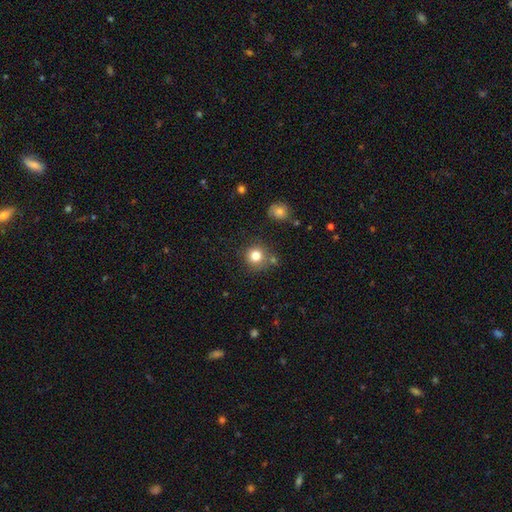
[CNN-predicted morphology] Smooth or featured? smooth (82%)
How rounded? round (91%)
Merging? none (74%)